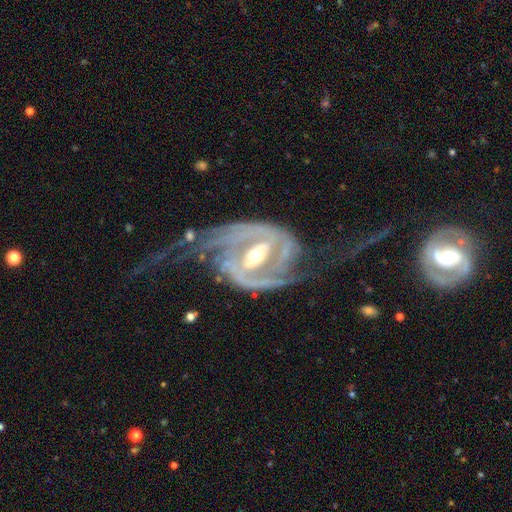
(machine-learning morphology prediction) A featured or disk galaxy (92%) with a strong bar (47%), 2 (64%) medium (42%) spiral arms (96%) and a moderate central bulge (68%). Merging: none (47%).